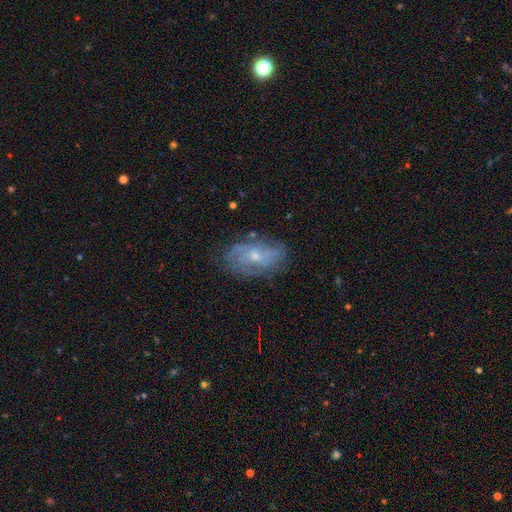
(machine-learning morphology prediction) featured or disk 68%, smooth 23%, star or artifact 9%. Down the decision tree: edge-on disk — no (94%); bar — no (73%); spiral arms — yes (77%); bulge size — small (53%); merging — none (69%).